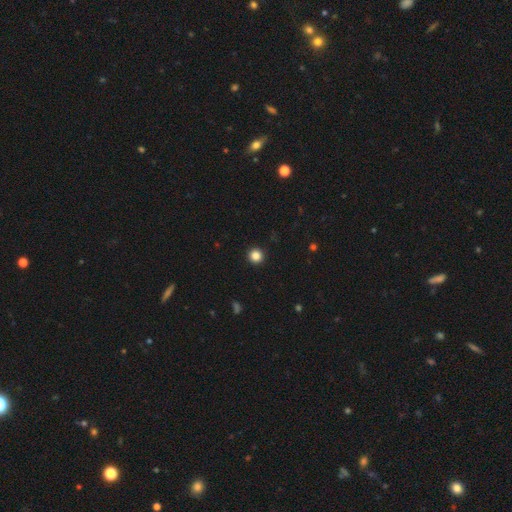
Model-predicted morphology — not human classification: This appears to be a smooth galaxy with no disk features (85%) that is round (96%). Merging: none (94%).